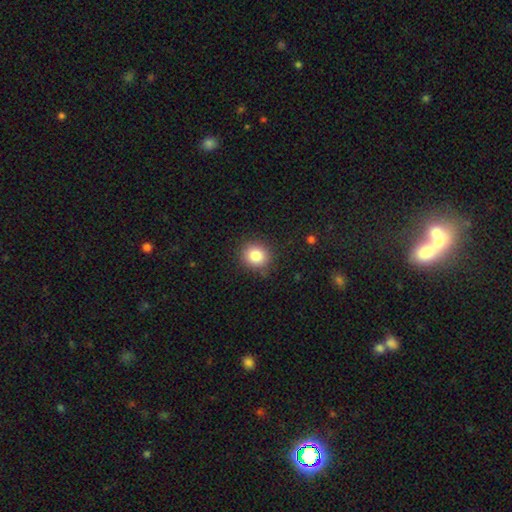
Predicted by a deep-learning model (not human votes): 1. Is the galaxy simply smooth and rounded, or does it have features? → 83% smooth, 10% star or artifact, 6% featured or disk.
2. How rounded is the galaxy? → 84% round, 15% in between, 1% cigar-shaped.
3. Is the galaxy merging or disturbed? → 88% none, 9% minor disturbance, 3% major disturbance, 1% merger.